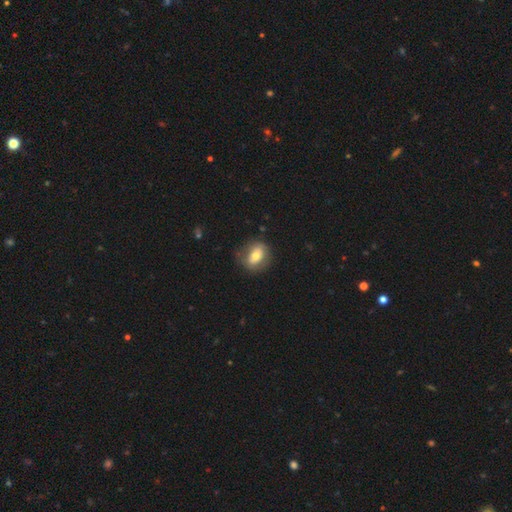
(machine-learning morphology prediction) Overall: smooth (63%; featured or disk 30%). How rounded: in between (62%; round 36%). Merging: none (73%).